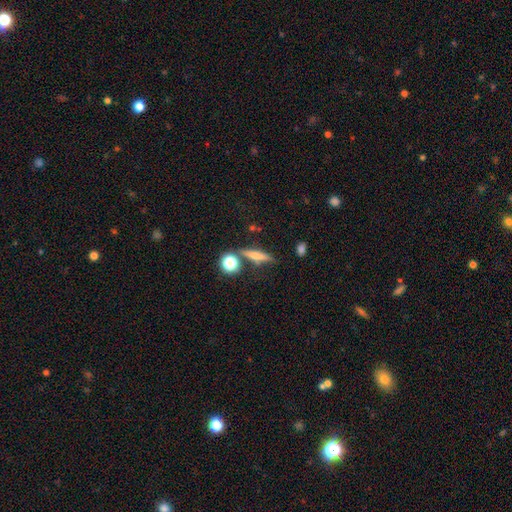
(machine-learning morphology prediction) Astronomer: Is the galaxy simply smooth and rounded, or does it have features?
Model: smooth — 52% (runner-up: featured or disk, 36%).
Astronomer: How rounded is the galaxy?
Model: cigar-shaped — 66%.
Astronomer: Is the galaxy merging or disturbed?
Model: none — 73%.